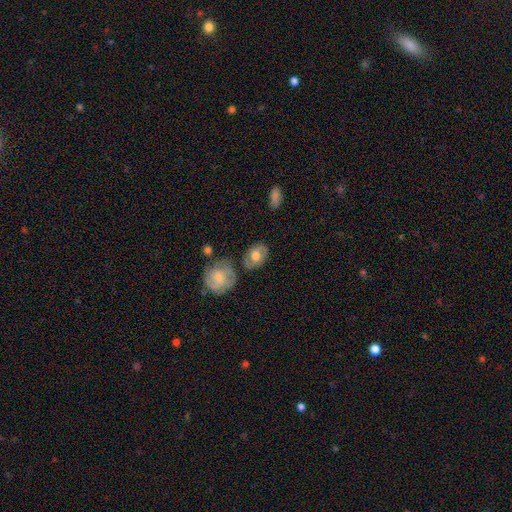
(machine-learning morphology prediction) Smooth or featured? Predicted: smooth (p=0.55). How rounded? Predicted: in between (p=0.66). Merging? Predicted: none (p=0.69).